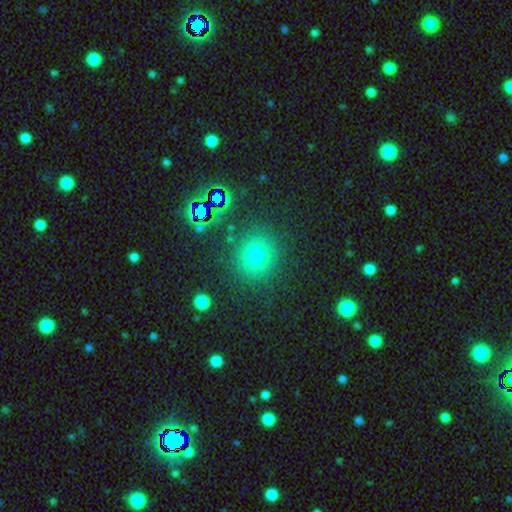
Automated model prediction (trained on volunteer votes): Smooth or featured? Predicted: smooth (p=0.71). How rounded? Predicted: round (p=0.87). Merging? Predicted: none (p=0.84).